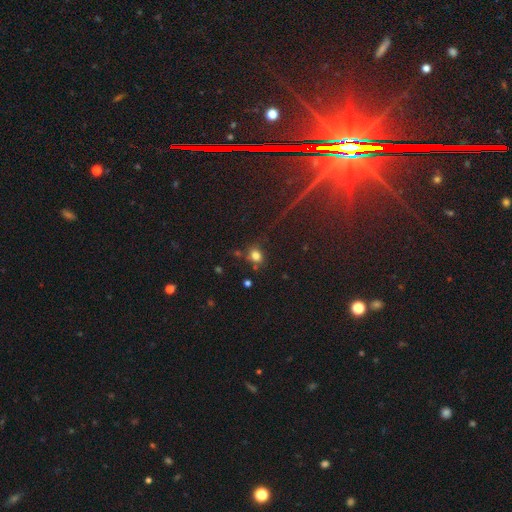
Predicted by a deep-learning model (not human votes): smooth-or-featured: smooth: 75% | star or artifact: 17% | featured or disk: 8%
  how-rounded: round: 69% | in between: 29% | cigar-shaped: 1%
  merging: none: 67% | minor disturbance: 17% | merger: 9% | major disturbance: 7%